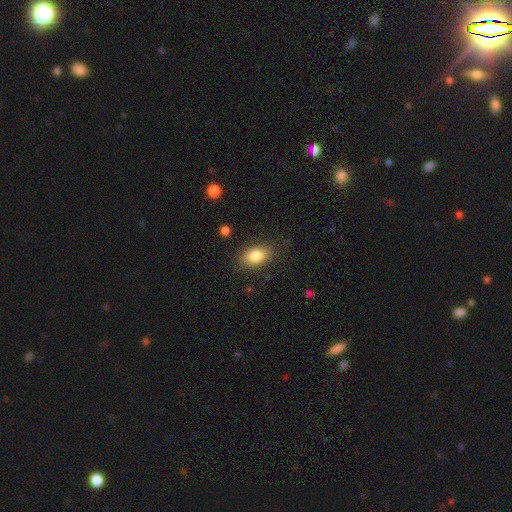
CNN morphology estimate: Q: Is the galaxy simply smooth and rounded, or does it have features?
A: smooth — 83%.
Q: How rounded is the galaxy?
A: in between — 87%.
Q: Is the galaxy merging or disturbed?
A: none — 85%.